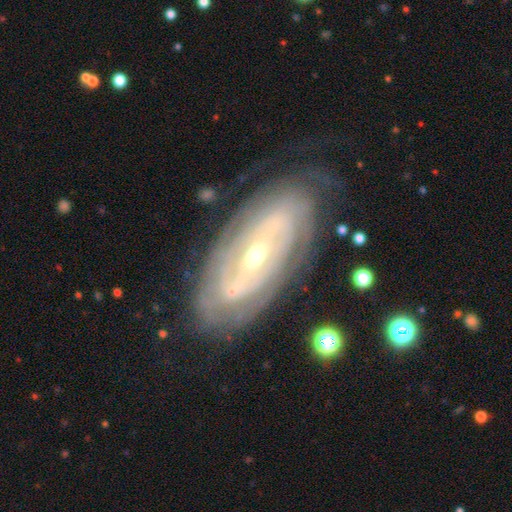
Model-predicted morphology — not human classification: Smooth or featured: featured or disk — 87% (smooth — 8%)
Edge-on disk: no — 90% (yes — 10%)
Bar: strong — 41% (weak — 32%)
Spiral arms: yes — 89% (no — 11%)
Spiral winding: tight — 76% (medium — 19%)
Spiral arm count: can't tell — 44% (2 — 28%)
Bulge size: small — 54% (moderate — 42%)
Merging: none — 79% (minor disturbance — 14%)